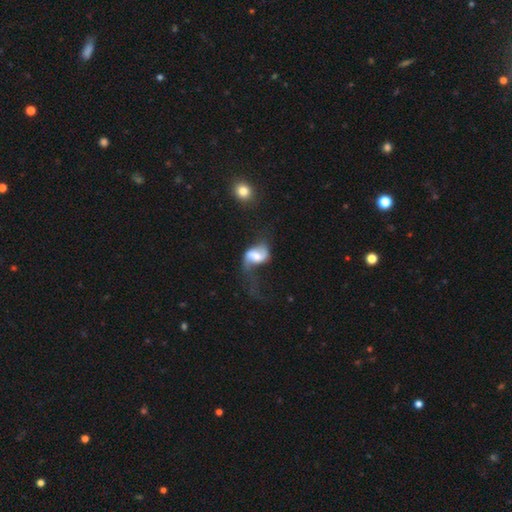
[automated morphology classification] A featured or disk galaxy (71%) with a weak bar (44%), 2 (83%) loose (73%) spiral arms (88%) and a moderate central bulge (41%).

Vote fractions:
- Smooth or featured? featured or disk: 71% / smooth: 22% / star or artifact: 7%
- Edge-on disk? no: 97% / yes: 3%
- Bar? weak: 44% / strong: 28% / no: 27%
- Spiral arms? yes: 88% / no: 12%
- Spiral winding? loose: 73% / medium: 21% / tight: 6%
- Spiral arm count? 2: 83% / 1: 10% / can't tell: 4% / 3: 1% / 4: 1% / more than 4: 1%
- Bulge size? moderate: 41% / small: 25% / large: 18% / none: 12% / dominant: 4%
- Merging? major disturbance: 40% / none: 32% / minor disturbance: 20% / merger: 8%